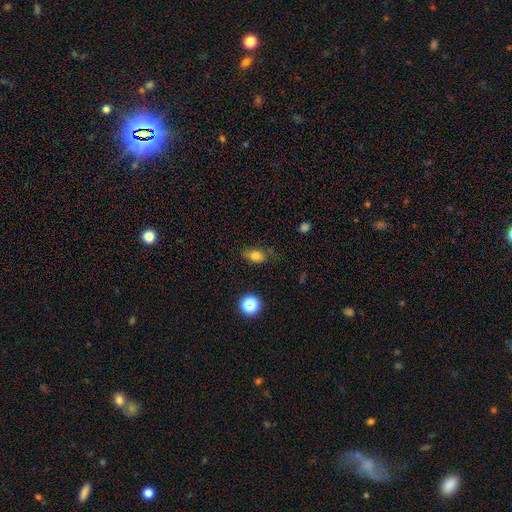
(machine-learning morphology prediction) A smooth galaxy with no disk features (78%) that is in between round and cigar-shaped (80%).

Vote fractions:
- Smooth or featured? smooth: 78% / star or artifact: 12% / featured or disk: 10%
- How rounded? in between: 80% / round: 16% / cigar-shaped: 4%
- Merging? none: 69% / minor disturbance: 22% / major disturbance: 6% / merger: 2%